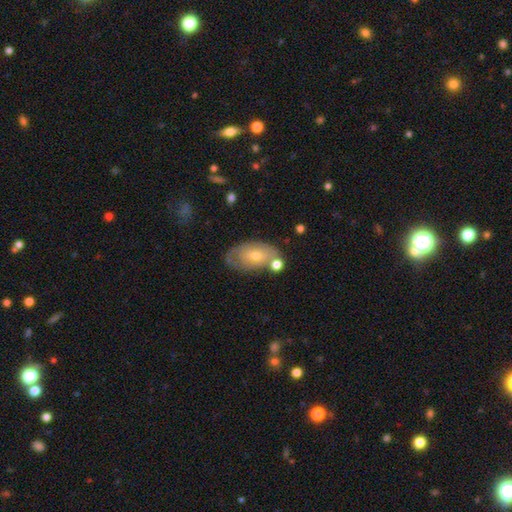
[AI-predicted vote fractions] Q: Smooth or featured?
A: smooth (48%); runner-up: featured or disk (45%)
Q: Merging?
A: none (54%); runner-up: minor disturbance (25%)